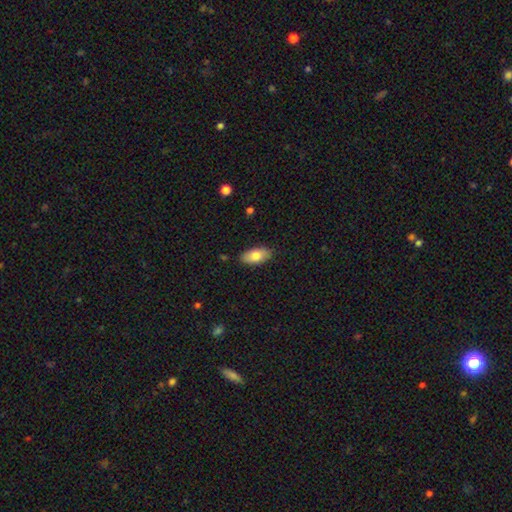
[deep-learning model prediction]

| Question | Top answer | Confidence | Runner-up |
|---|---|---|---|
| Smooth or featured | smooth | 79% | featured or disk (15%) |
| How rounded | in between | 92% | cigar-shaped (5%) |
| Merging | none | 86% | minor disturbance (10%) |